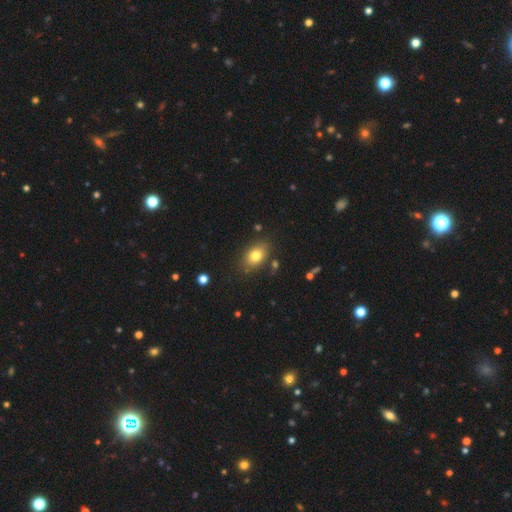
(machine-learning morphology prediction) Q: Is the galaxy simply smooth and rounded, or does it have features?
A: smooth — 78%.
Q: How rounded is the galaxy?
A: in between — 79%.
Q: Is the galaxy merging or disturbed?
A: none — 81%.